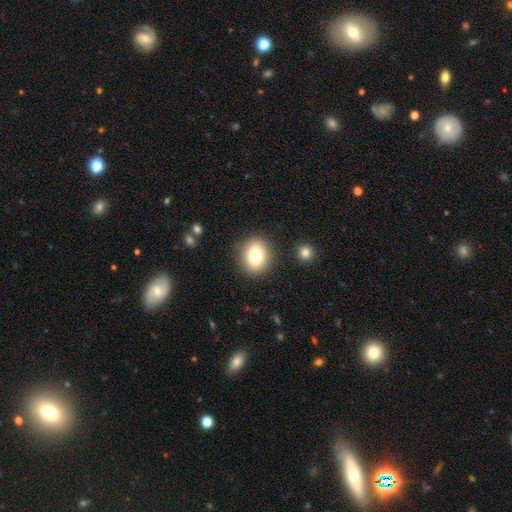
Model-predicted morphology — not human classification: Smooth or featured? Predicted: smooth (p=0.80). How rounded? Predicted: round (p=0.59). Merging? Predicted: none (p=0.87).